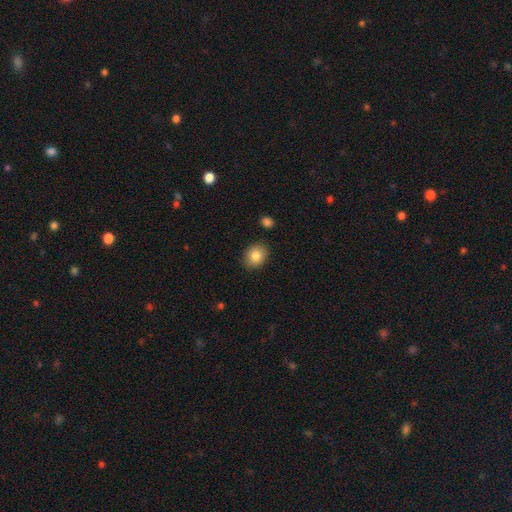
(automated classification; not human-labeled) Q: Smooth or featured?
A: smooth (84%); runner-up: star or artifact (9%)
Q: How rounded?
A: round (57%); runner-up: in between (42%)
Q: Merging?
A: none (87%); runner-up: minor disturbance (9%)